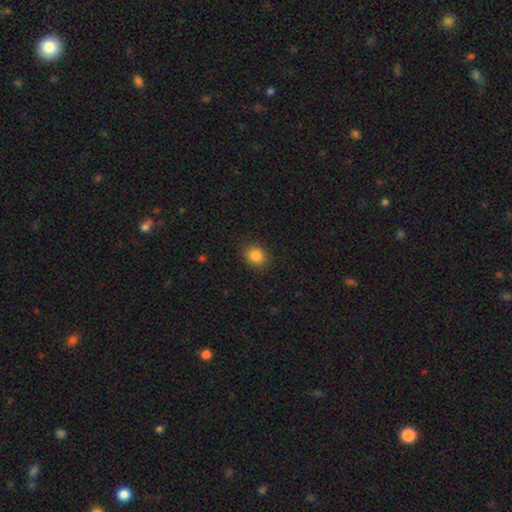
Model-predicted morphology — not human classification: smooth-or-featured: smooth: 86% | star or artifact: 10% | featured or disk: 4%
  how-rounded: round: 64% | in between: 35% | cigar-shaped: 1%
  merging: none: 87% | minor disturbance: 9% | major disturbance: 3% | merger: 1%